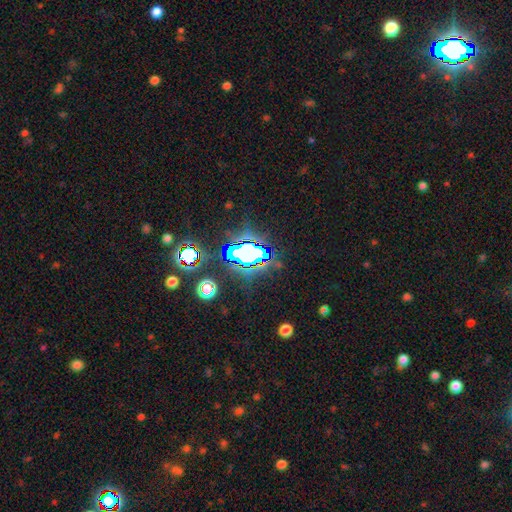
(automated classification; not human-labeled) Q: Smooth or featured?
A: star or artifact (71%); runner-up: smooth (16%)